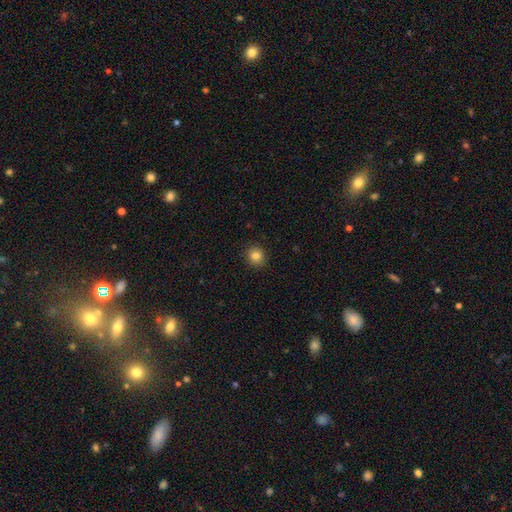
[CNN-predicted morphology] Overall: smooth (84%). How rounded: round (88%). Merging: none (91%).